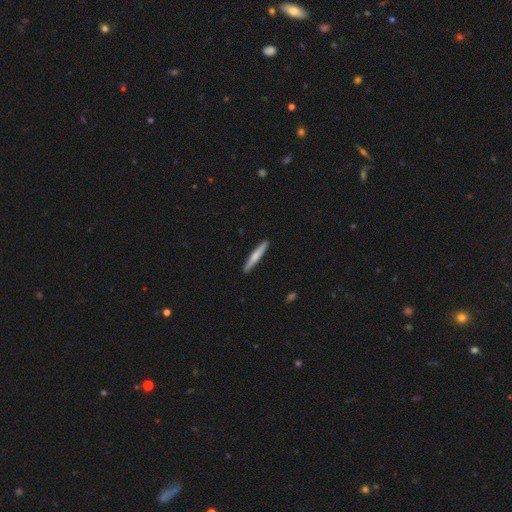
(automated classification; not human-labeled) Smooth or featured? smooth (63%)
How rounded? cigar-shaped (95%)
Merging? none (92%)